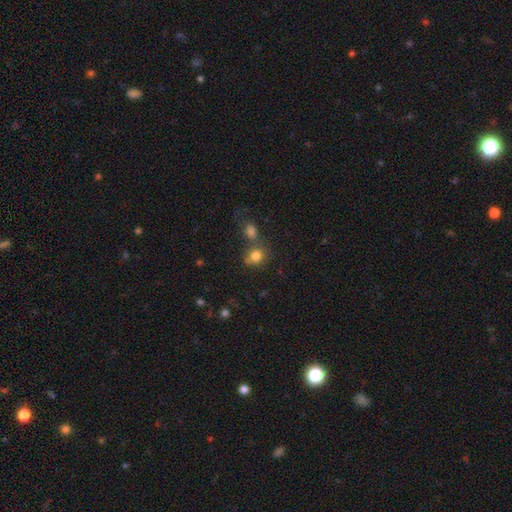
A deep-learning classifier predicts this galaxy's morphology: Smooth or featured?
  - smooth: 79% *
  - star or artifact: 12%
  - featured or disk: 9%
How rounded?
  - round: 68% *
  - in between: 31%
  - cigar-shaped: 1%
Merging?
  - none: 51% *
  - merger: 29%
  - minor disturbance: 14%
  - major disturbance: 6%